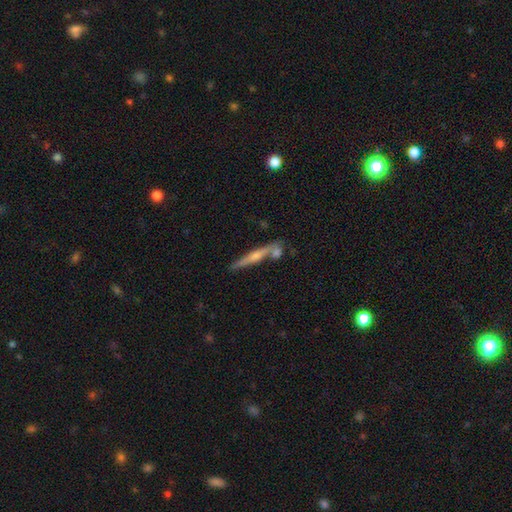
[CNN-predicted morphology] This is likely a featured or disk galaxy (69%). It is clearly viewed edge-on (96%). Edge-on bulge: likely rounded (79%). Merging: likely none (74%).